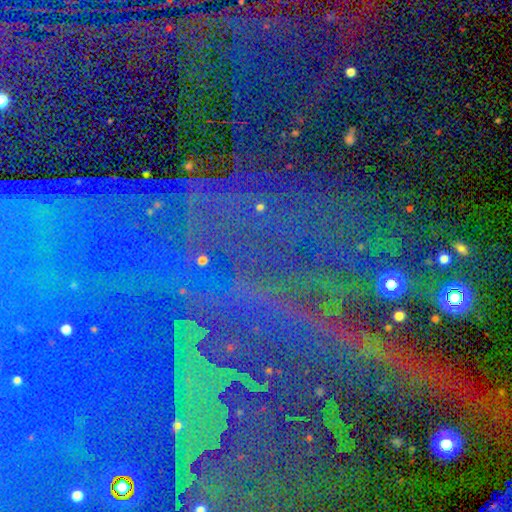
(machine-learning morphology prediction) A star or artifact, not a galaxy (89%).

Vote fractions:
- Smooth or featured? star or artifact: 89% / featured or disk: 6% / smooth: 5%